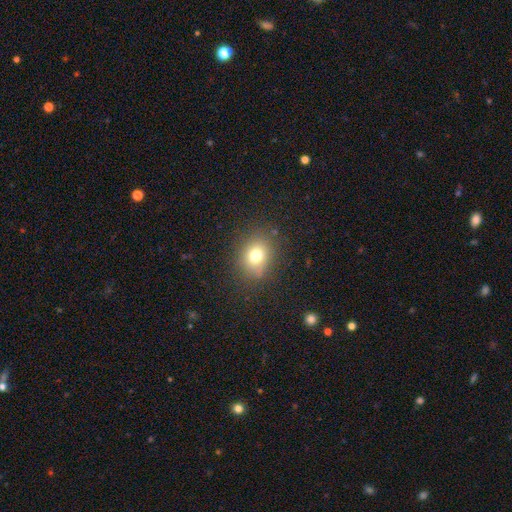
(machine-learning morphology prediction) This is likely a smooth galaxy (73%). How rounded: possibly round (54%). Merging: clearly none (80%).